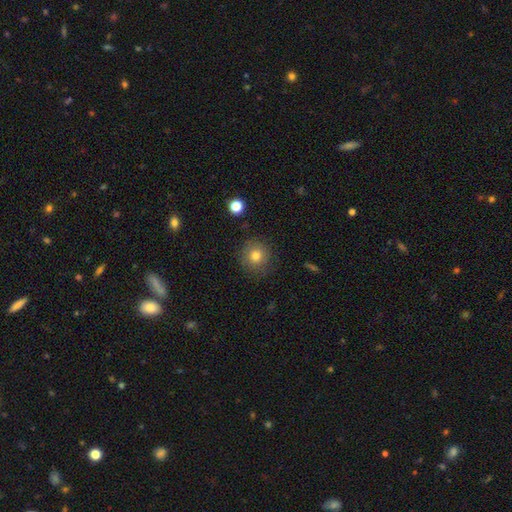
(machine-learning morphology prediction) A smooth galaxy with no disk features (79%) that is round (91%). Merging: none (85%).